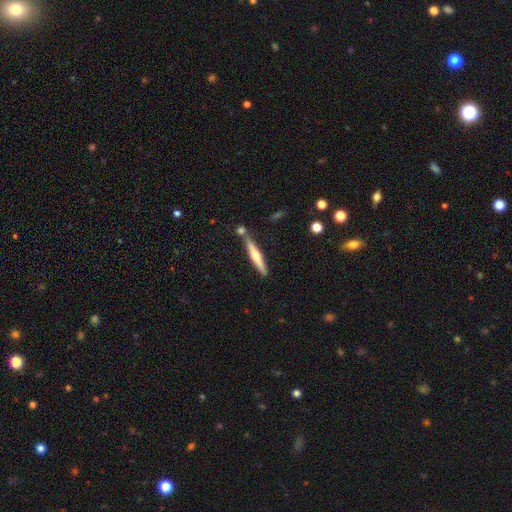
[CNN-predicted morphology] smooth_or_featured: featured or disk (p=0.56) [alt: smooth p=0.39]
disk_edge_on: yes (p=0.96) [alt: no p=0.04]
edge_on_bulge: rounded (p=0.83) [alt: none p=0.12]
merging: none (p=0.78) [alt: minor disturbance p=0.11]